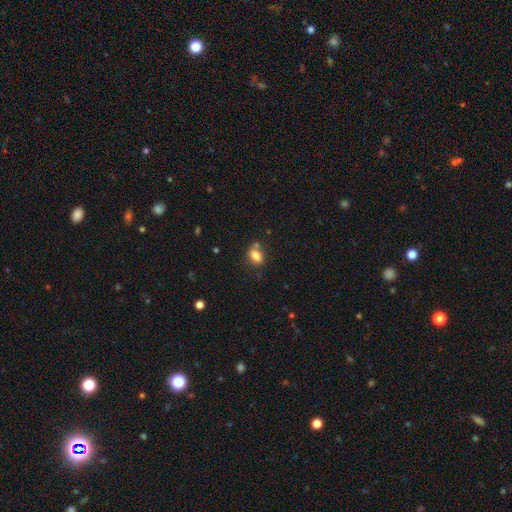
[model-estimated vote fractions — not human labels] Overall: smooth (81%). How rounded: in between (77%). Merging: none (59%).